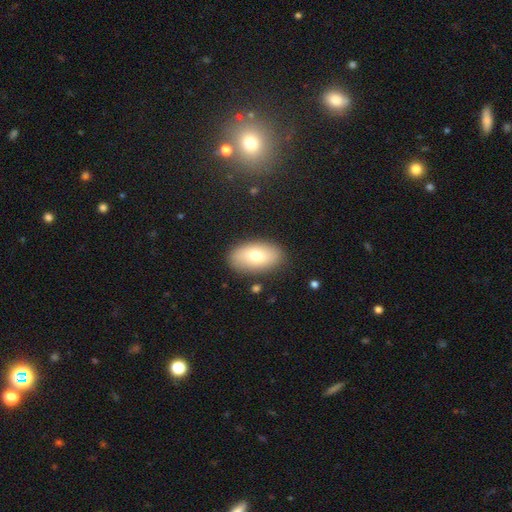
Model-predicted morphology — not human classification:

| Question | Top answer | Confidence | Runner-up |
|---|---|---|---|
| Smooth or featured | smooth | 72% | featured or disk (20%) |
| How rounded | in between | 93% | round (5%) |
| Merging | none | 87% | minor disturbance (9%) |